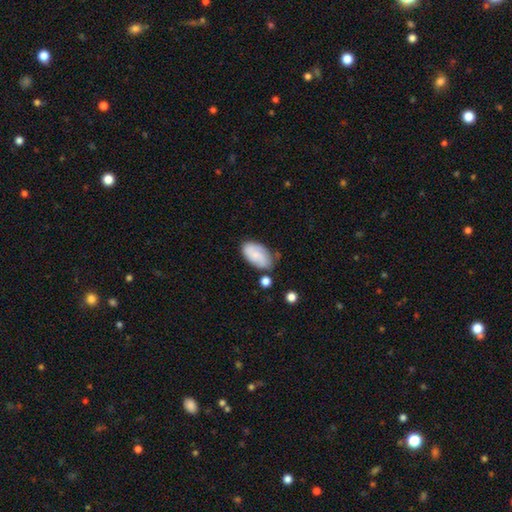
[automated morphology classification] Smooth or featured? smooth (64%)
How rounded? in between (92%)
Merging? none (61%)